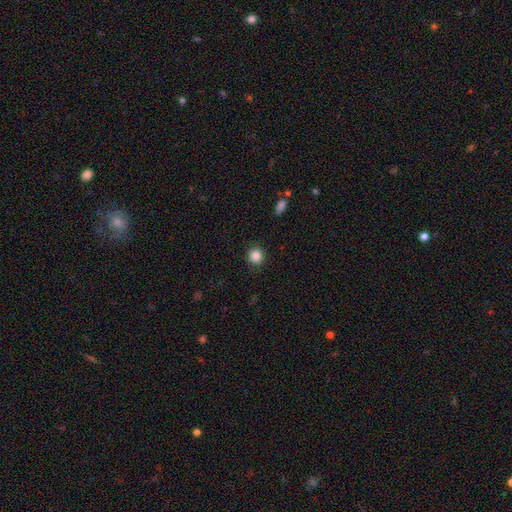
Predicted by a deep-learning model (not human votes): The model was most divided on "smooth or featured": smooth: 85%, star or artifact: 10%, featured or disk: 5%. More confident: how rounded — round (90%); merging — none (90%).